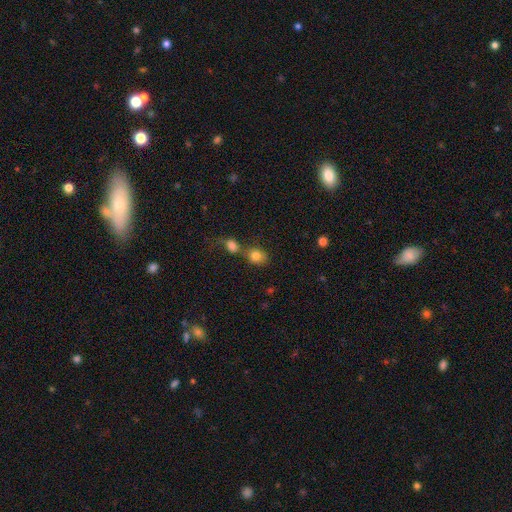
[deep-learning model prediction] Overall: smooth (80%). How rounded: round (57%; in between 42%). Merging: none (47%; merger 38%).